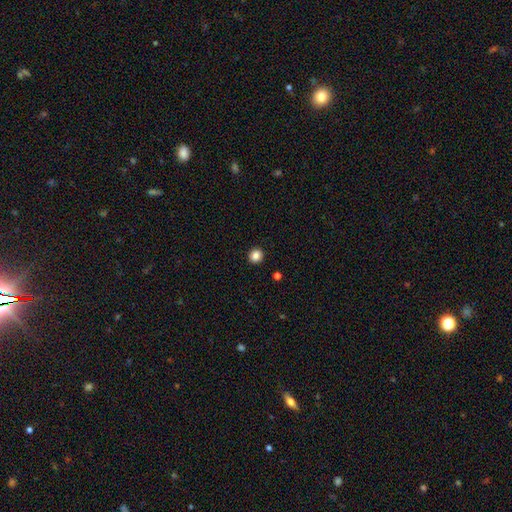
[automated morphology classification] Smooth or featured: smooth — 85% (star or artifact — 11%)
How rounded: round — 90% (in between — 9%)
Merging: none — 93% (minor disturbance — 5%)